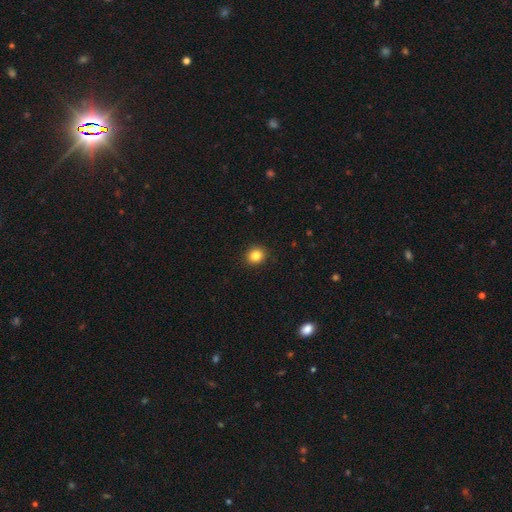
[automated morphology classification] smooth_or_featured: smooth (p=0.84) [alt: star or artifact p=0.11]
how_rounded: round (p=0.83) [alt: in between p=0.16]
merging: none (p=0.92) [alt: minor disturbance p=0.06]